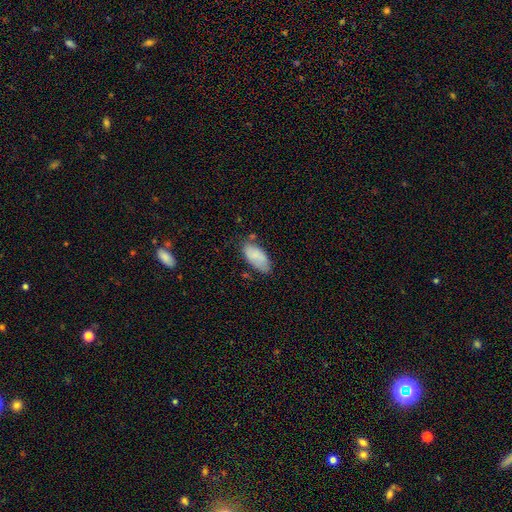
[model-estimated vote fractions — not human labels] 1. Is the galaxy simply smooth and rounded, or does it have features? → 80% smooth, 13% featured or disk, 7% star or artifact.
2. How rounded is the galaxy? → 93% in between, 5% cigar-shaped, 2% round.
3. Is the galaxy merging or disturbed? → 62% none, 28% minor disturbance, 6% major disturbance, 4% merger.